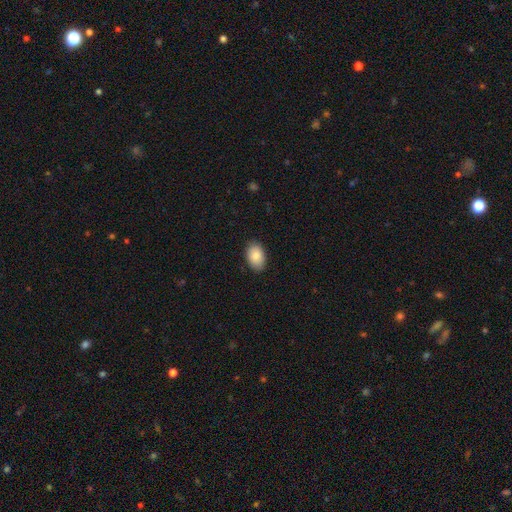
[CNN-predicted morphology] A smooth galaxy with no disk features (87%) that is in between round and cigar-shaped (91%). Merging: none (88%).